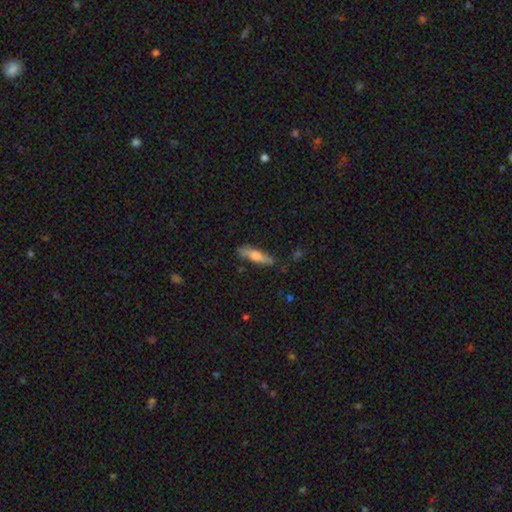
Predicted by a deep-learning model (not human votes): This is likely a smooth galaxy (64%). How rounded: likely cigar-shaped (74%). Merging: likely none (78%).